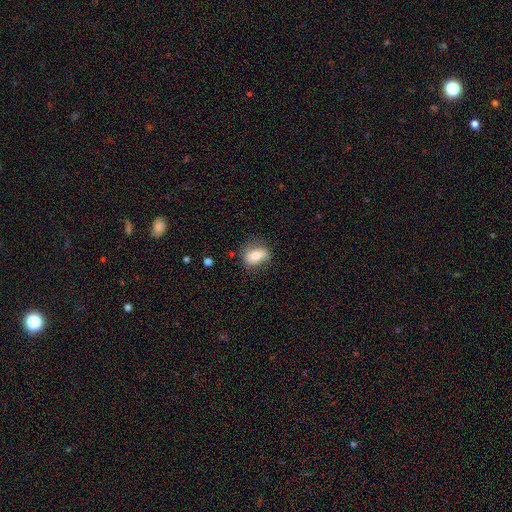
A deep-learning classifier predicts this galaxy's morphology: A smooth galaxy with no disk features (71%) that is in between round and cigar-shaped (78%).

Vote fractions:
- Smooth or featured? smooth: 71% / featured or disk: 22% / star or artifact: 8%
- How rounded? in between: 78% / round: 17% / cigar-shaped: 5%
- Merging? none: 64% / minor disturbance: 25% / major disturbance: 9% / merger: 2%